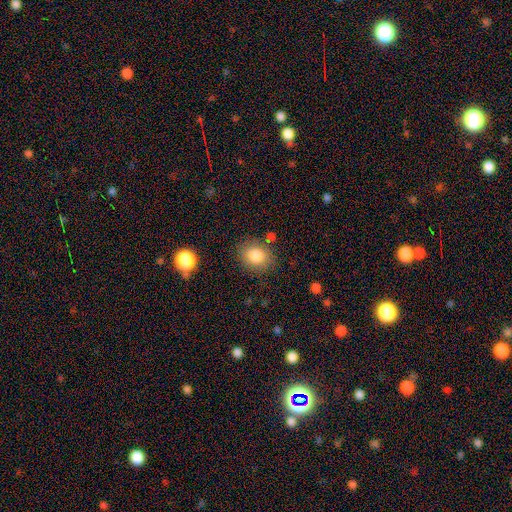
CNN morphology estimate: This is clearly a smooth galaxy (83%). How rounded: possibly round (56%). Merging: likely none (80%).